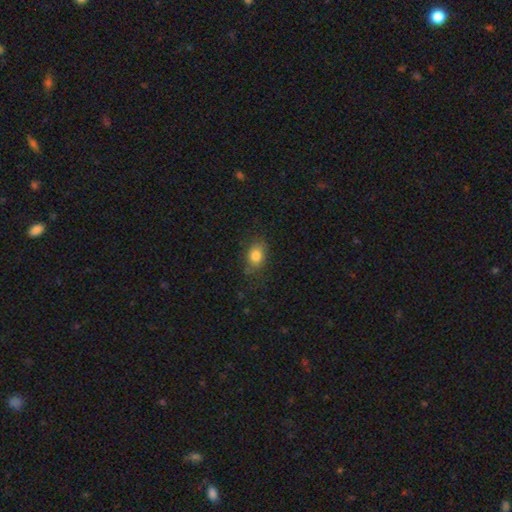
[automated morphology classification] A smooth galaxy with no disk features (81%) that is in between round and cigar-shaped (70%).

Vote fractions:
- Smooth or featured? smooth: 81% / star or artifact: 10% / featured or disk: 9%
- How rounded? in between: 70% / round: 28% / cigar-shaped: 2%
- Merging? none: 72% / minor disturbance: 20% / major disturbance: 7% / merger: 1%